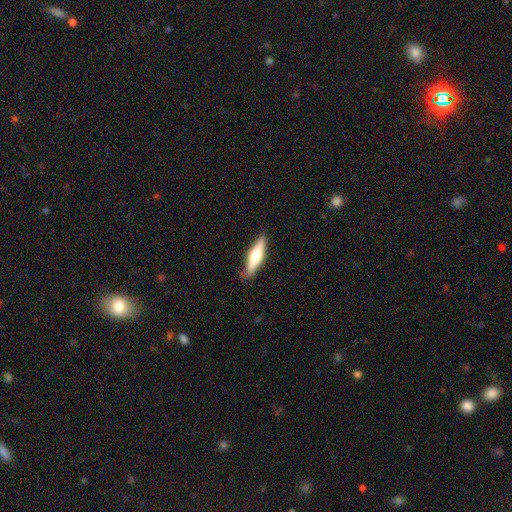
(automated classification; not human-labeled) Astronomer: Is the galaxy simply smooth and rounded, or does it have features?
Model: featured or disk — 48% (runner-up: smooth, 47%).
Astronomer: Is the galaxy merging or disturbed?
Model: none — 84%.